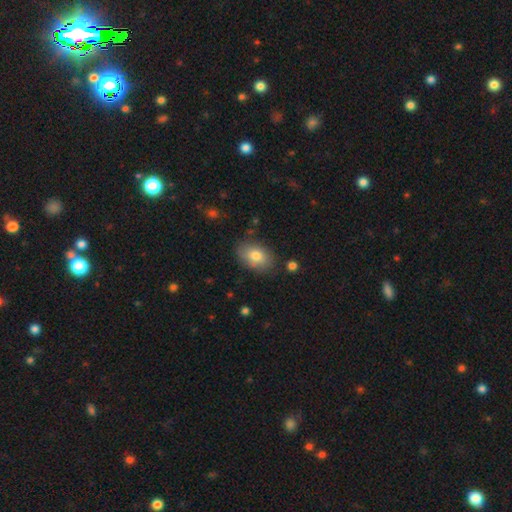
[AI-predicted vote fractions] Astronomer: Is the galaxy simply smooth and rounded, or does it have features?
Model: smooth — 79%.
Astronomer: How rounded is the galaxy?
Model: in between — 86%.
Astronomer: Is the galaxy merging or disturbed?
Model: none — 79%.